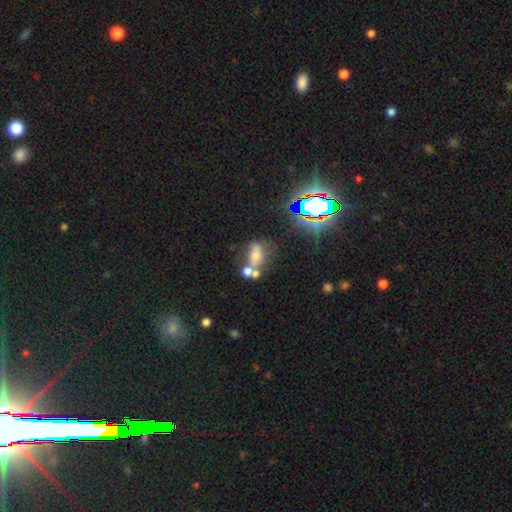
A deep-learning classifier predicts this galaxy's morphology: Smooth or featured? Predicted: smooth (p=0.50). How rounded? Predicted: in between (p=0.71). Merging? Predicted: merger (p=0.49).